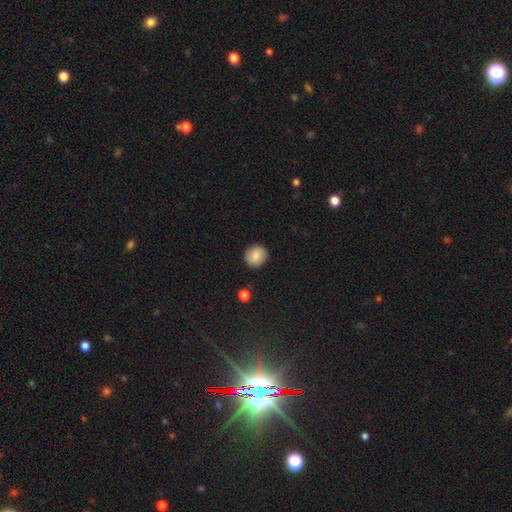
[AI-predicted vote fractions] Smooth or featured? smooth (85%)
How rounded? round (85%)
Merging? none (88%)